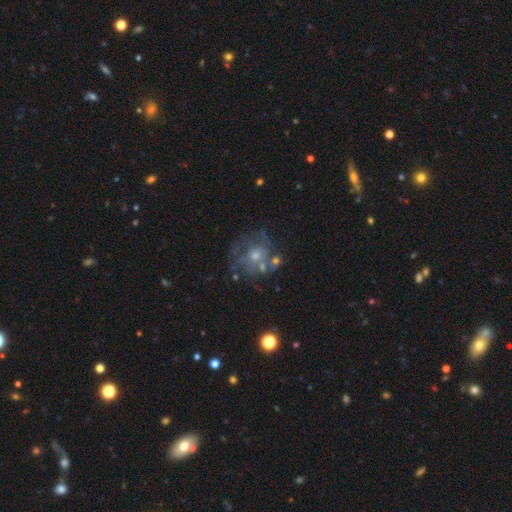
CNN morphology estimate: Smooth or featured?
  - featured or disk: 61% *
  - smooth: 23%
  - star or artifact: 17%
Edge-on disk?
  - no: 97% *
  - yes: 3%
Bar?
  - no: 81% *
  - weak: 16%
  - strong: 3%
Spiral arms?
  - yes: 50% * (tied)
  - no: 50% * (tied)
Bulge size?
  - moderate: 45% * (tied)
  - small: 45% * (tied)
  - none: 5%
  - large: 3%
  - dominant: 1%
Merging?
  - none: 59% *
  - minor disturbance: 17%
  - major disturbance: 14%
  - merger: 11%